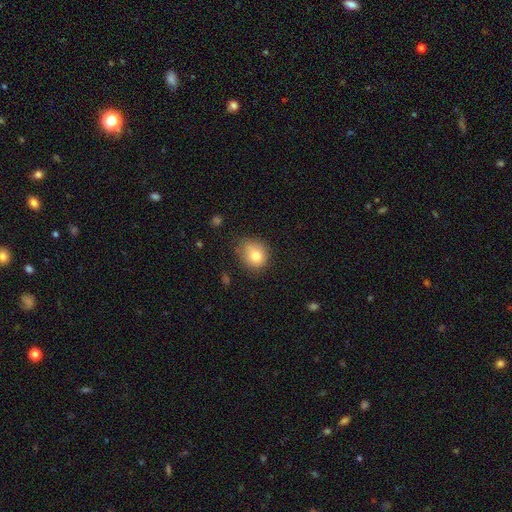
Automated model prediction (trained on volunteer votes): This appears to be a smooth galaxy with no disk features (79%) that is round (66%). Merging: none (64%).